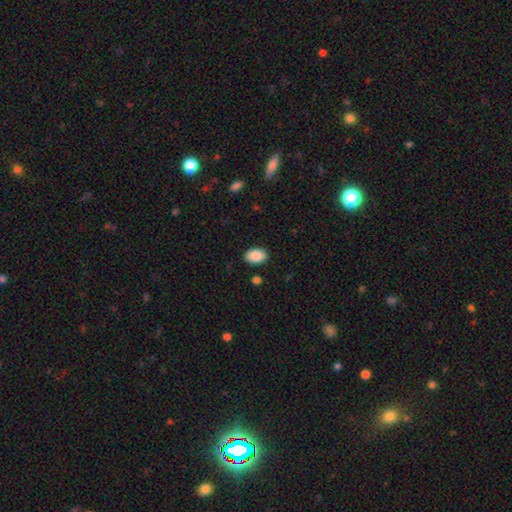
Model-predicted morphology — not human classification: A smooth galaxy with no disk features (87%) that is in between round and cigar-shaped (86%). Merging: none (87%).